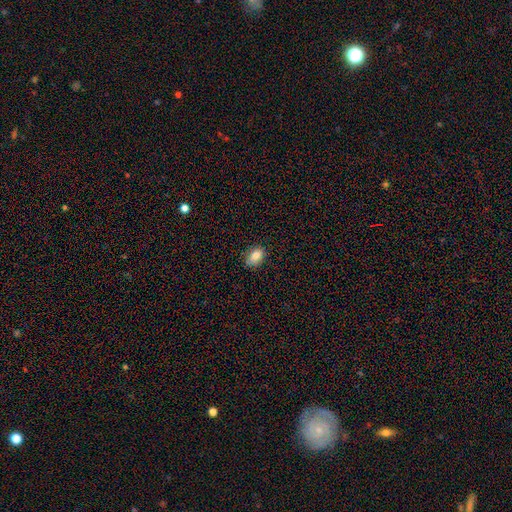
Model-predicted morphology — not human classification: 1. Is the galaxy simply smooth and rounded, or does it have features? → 83% smooth, 9% star or artifact, 8% featured or disk.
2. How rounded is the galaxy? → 79% in between, 19% round, 2% cigar-shaped.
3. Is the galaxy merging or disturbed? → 80% none, 16% minor disturbance, 3% major disturbance, 1% merger.